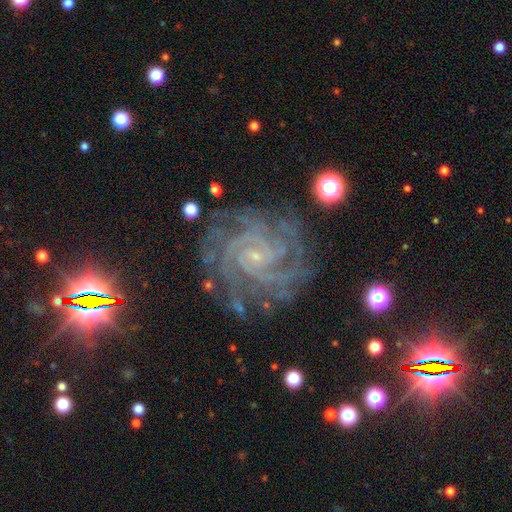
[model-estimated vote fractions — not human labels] Smooth or featured: featured or disk — 90% (star or artifact — 7%)
Edge-on disk: no — 98% (yes — 2%)
Bar: no — 63% (weak — 26%)
Spiral arms: yes — 99% (no — 1%)
Spiral winding: tight — 76% (medium — 22%)
Spiral arm count: 4 — 27% (3 — 19%)
Bulge size: small — 87% (moderate — 7%)
Merging: none — 77% (minor disturbance — 15%)